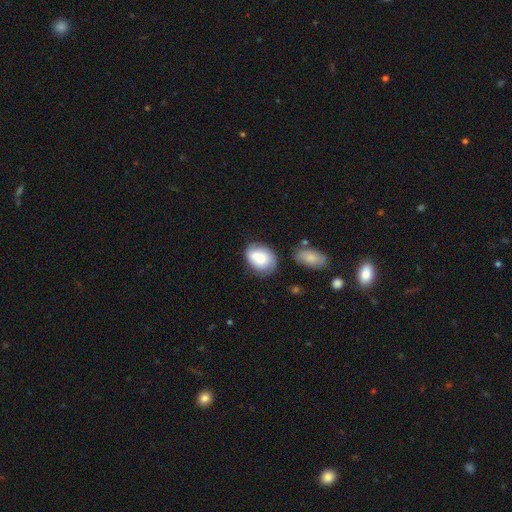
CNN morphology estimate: A smooth galaxy with no disk features (63%) that is in between round and cigar-shaped (53%). Merging: none (48%).